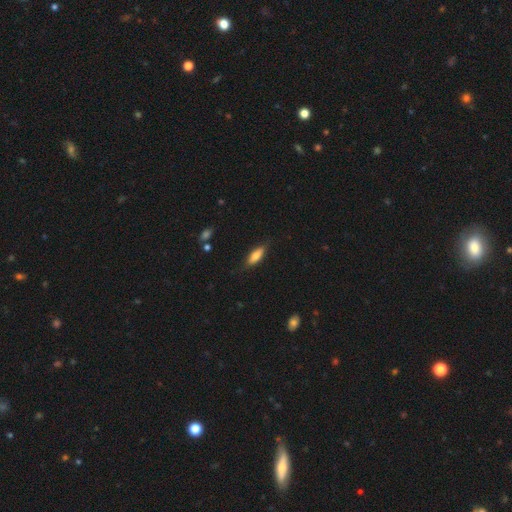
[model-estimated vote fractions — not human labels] Smooth or featured: smooth — 76% (featured or disk — 18%)
How rounded: in between — 63% (cigar-shaped — 35%)
Merging: none — 80% (minor disturbance — 15%)